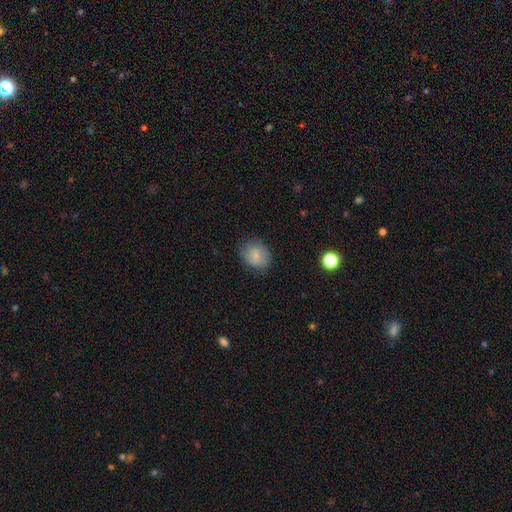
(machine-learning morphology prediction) Smooth or featured?
  - smooth: 80% *
  - featured or disk: 11%
  - star or artifact: 8%
How rounded?
  - round: 53% *
  - in between: 46%
  - cigar-shaped: 1%
Merging?
  - none: 74% *
  - minor disturbance: 20%
  - major disturbance: 5%
  - merger: 1%